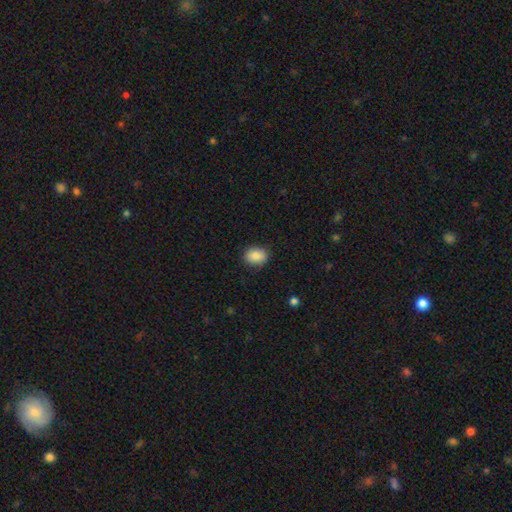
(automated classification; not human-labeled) smooth_or_featured: smooth (p=0.86) [alt: star or artifact p=0.08]
how_rounded: in between (p=0.61) [alt: round p=0.38]
merging: none (p=0.86) [alt: minor disturbance p=0.10]